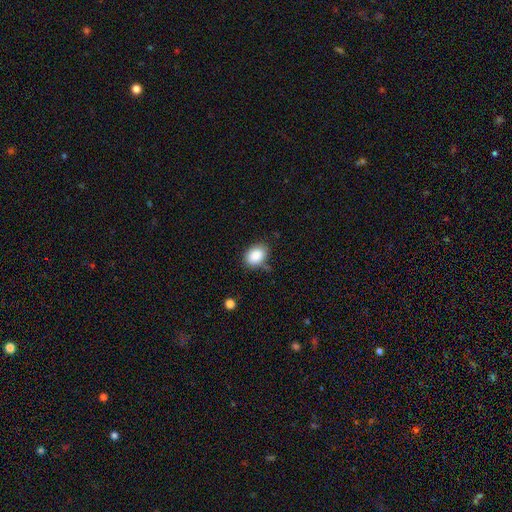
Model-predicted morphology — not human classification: A smooth galaxy with no disk features (88%) that is in between round and cigar-shaped (75%). Merging: none (77%).